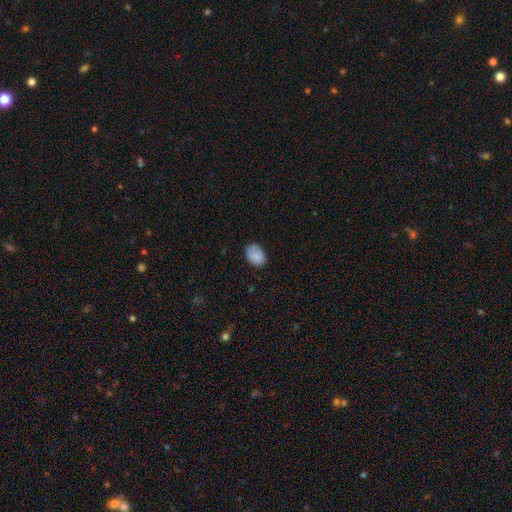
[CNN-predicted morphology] Smooth or featured? smooth (86%)
How rounded? in between (71%)
Merging? none (77%)